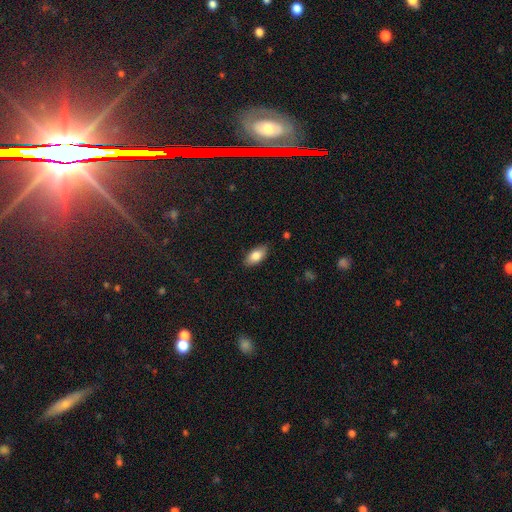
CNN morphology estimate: Smooth or featured: smooth — 81% (featured or disk — 12%)
How rounded: in between — 89% (cigar-shaped — 8%)
Merging: none — 84% (minor disturbance — 12%)